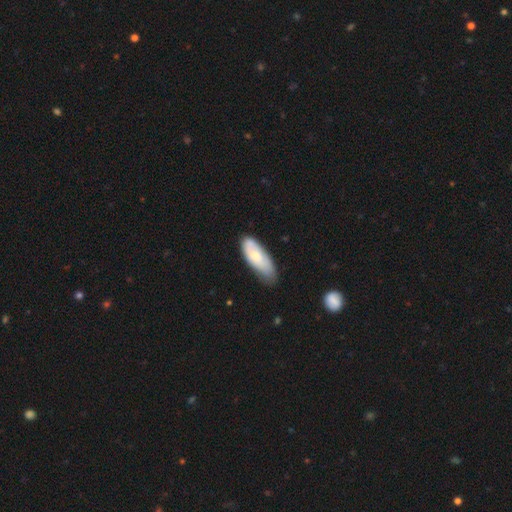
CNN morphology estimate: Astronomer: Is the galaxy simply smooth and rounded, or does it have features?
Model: smooth — 61%.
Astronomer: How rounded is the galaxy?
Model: in between — 76%.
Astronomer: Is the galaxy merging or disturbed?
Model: none — 54% (runner-up: minor disturbance, 35%).